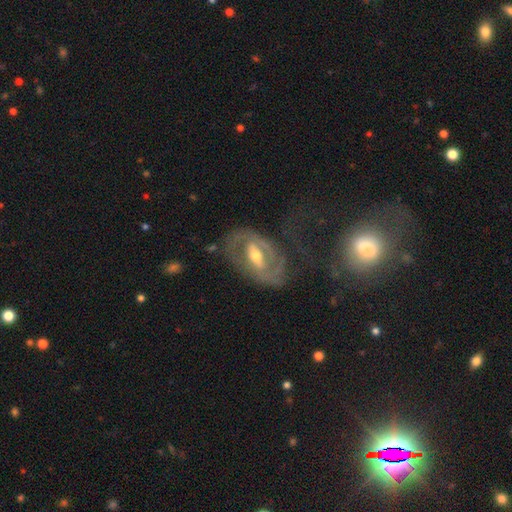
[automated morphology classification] The model was most divided on "bar": strong: 44%, weak: 36%, no: 20%. Remaining: edge-on disk — no (93%); smooth or featured — featured or disk (81%); spiral arms — yes (72%); bulge size — moderate (68%); spiral arm count — 2 (62%); merging — none (59%); spiral winding — tight (47%).